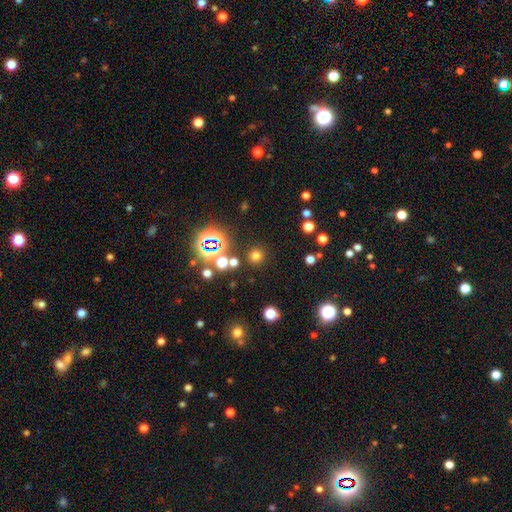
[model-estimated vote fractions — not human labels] Smooth or featured? Predicted: smooth (p=0.65). How rounded? Predicted: round (p=0.92). Merging? Predicted: none (p=0.86).